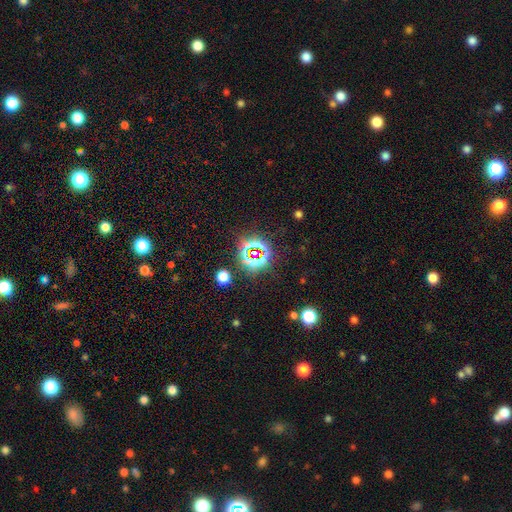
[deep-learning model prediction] smooth_or_featured: star or artifact (p=0.76) [alt: smooth p=0.15]